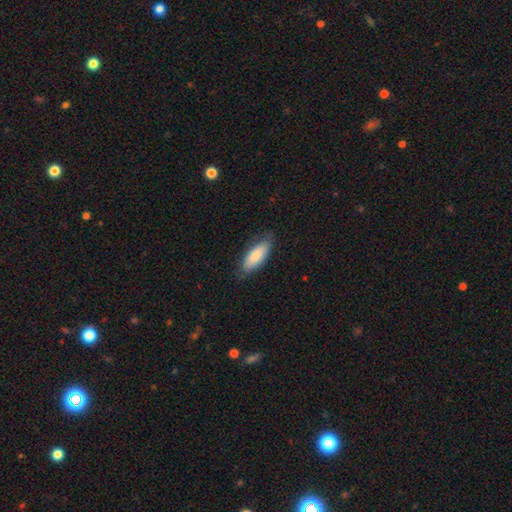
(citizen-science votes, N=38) Smooth or featured?
  - smooth: 74% *
  - featured or disk: 18%
  - star or artifact: 8%
How rounded?
  - in between: 79% *
  - cigar-shaped: 21%
  - round: 0%
Merging?
  - none: 86% *
  - minor disturbance: 11%
  - major disturbance: 3%
  - merger: 0%